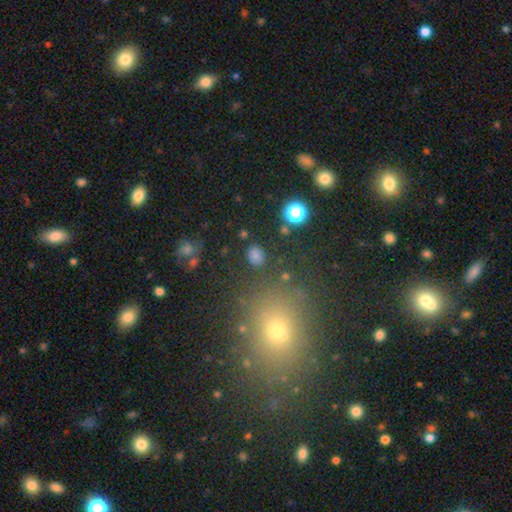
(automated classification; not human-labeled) Morphology: type=smooth (73%); roundness=round (52%); merging=none (83%).